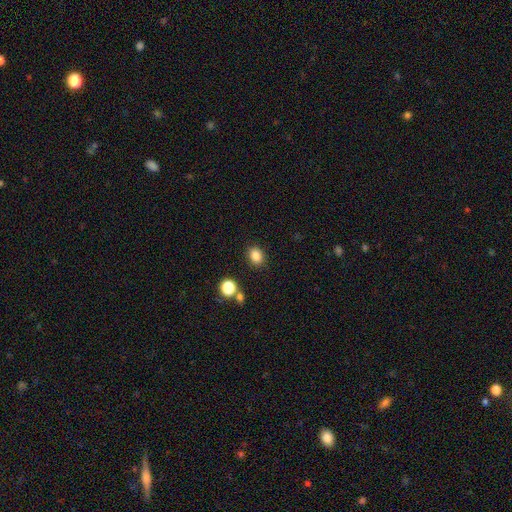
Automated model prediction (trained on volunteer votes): Overall: smooth (84%). How rounded: in between (55%; round 44%). Merging: none (86%).